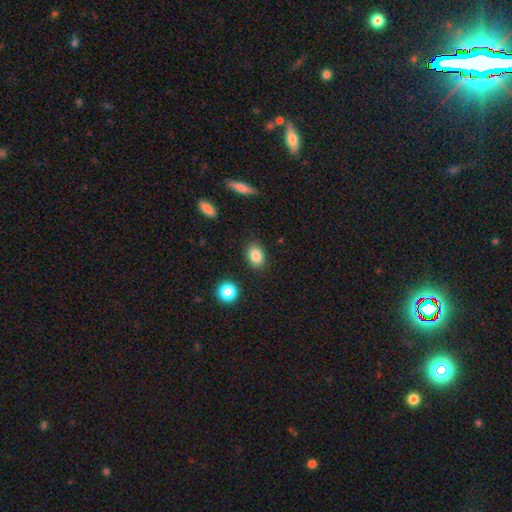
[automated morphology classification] smooth_or_featured: smooth (p=0.84) [alt: star or artifact p=0.09]
how_rounded: in between (p=0.77) [alt: round p=0.21]
merging: none (p=0.87) [alt: minor disturbance p=0.09]